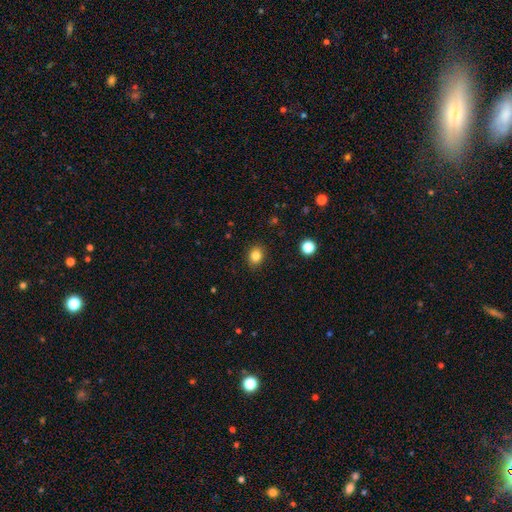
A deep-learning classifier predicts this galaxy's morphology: The model was most divided on "how rounded": round: 57%, in between: 42%, cigar-shaped: 1%. More confident: merging — none (89%); smooth or featured — smooth (83%).